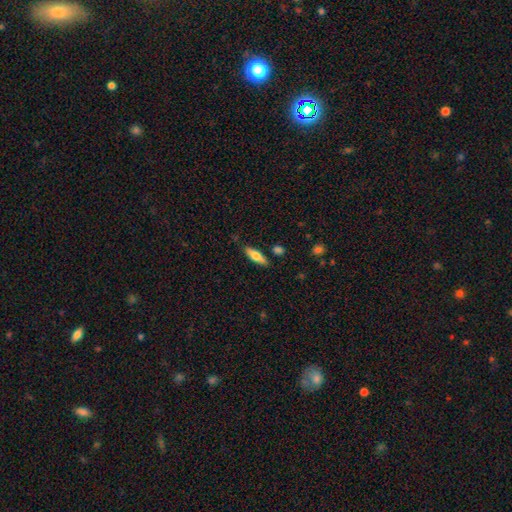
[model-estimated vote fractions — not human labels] Morphology: type=smooth (60%); roundness=cigar-shaped (52%); merging=none (84%).